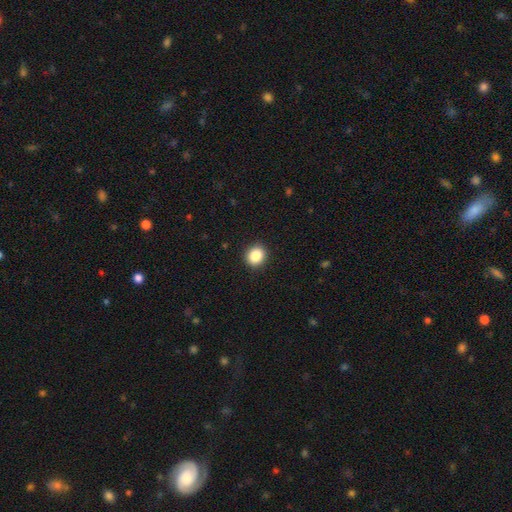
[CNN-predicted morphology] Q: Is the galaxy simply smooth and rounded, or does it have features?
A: smooth — 86%.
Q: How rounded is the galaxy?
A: round — 78%.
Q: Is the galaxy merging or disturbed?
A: none — 92%.